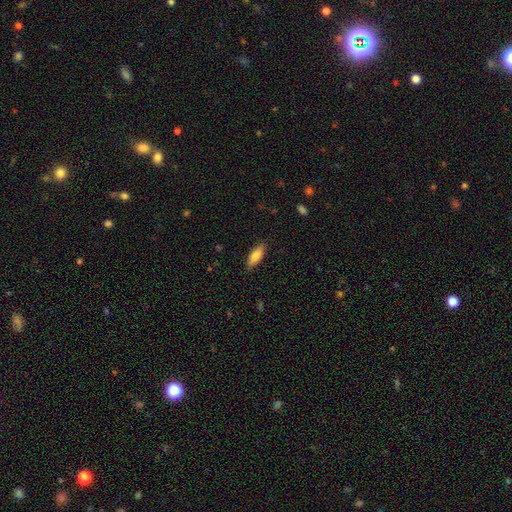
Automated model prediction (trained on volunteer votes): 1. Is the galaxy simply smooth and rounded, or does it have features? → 81% smooth, 13% featured or disk, 6% star or artifact.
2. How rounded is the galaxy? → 60% in between, 38% cigar-shaped, 2% round.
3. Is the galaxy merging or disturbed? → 87% none, 10% minor disturbance, 2% major disturbance, 1% merger.